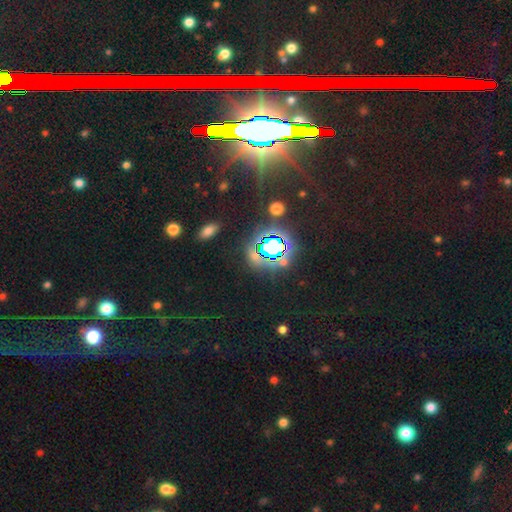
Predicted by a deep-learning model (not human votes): The model was most divided on "smooth or featured": star or artifact: 69%, smooth: 20%, featured or disk: 11%.